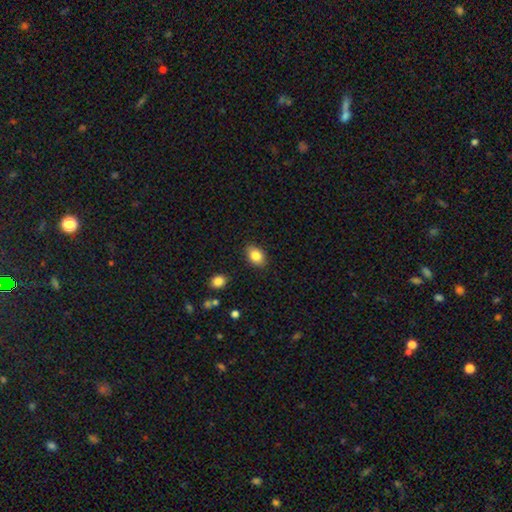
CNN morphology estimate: This is clearly a smooth galaxy (84%). How rounded: clearly in between (81%). Merging: clearly none (86%).